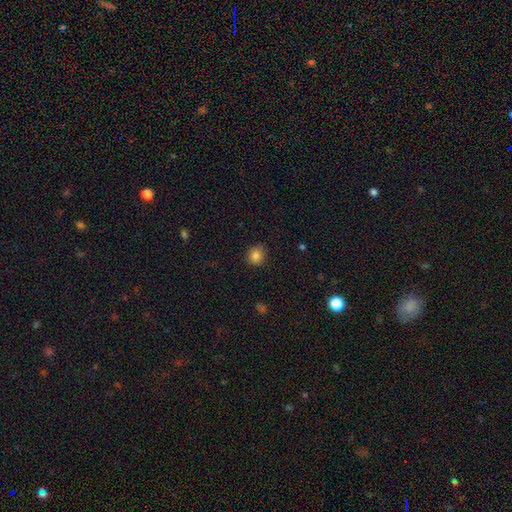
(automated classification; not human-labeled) Smooth or featured: smooth — 84% (star or artifact — 11%)
How rounded: round — 83% (in between — 16%)
Merging: none — 84% (minor disturbance — 12%)